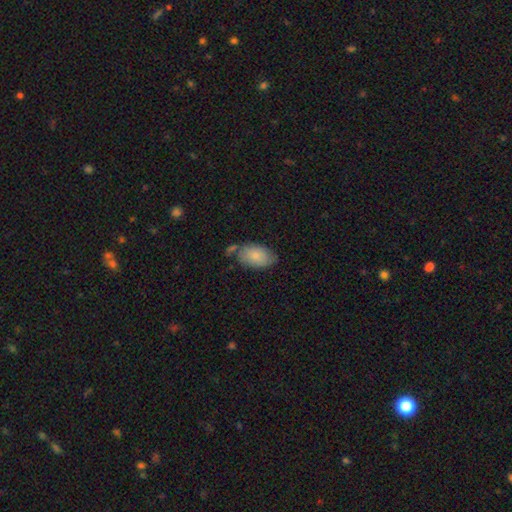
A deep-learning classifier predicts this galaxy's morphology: Overall: smooth (81%). How rounded: in between (93%). Merging: none (59%; minor disturbance 23%).